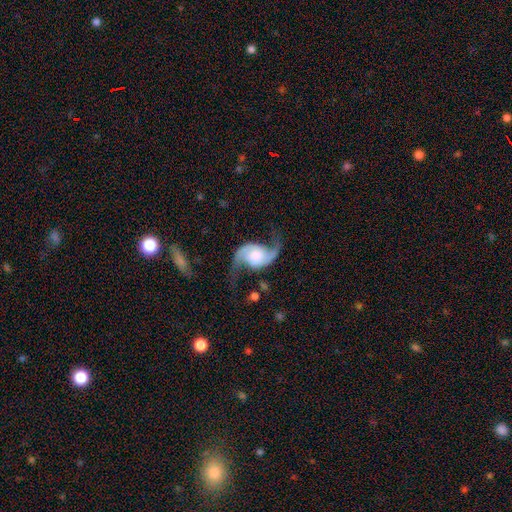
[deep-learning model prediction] Morphology: type=featured or disk (90%); edge-on=no (98%); bar=no (61%); spiral arms=yes (97%); winding=loose (80%); arm count=2 (94%); bulge=moderate (34%); merging=none (71%).